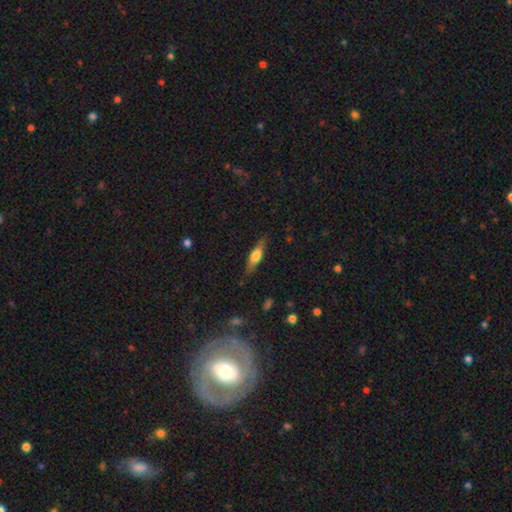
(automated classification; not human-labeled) Morphology: type=smooth (52%); roundness=cigar-shaped (62%); merging=none (83%).